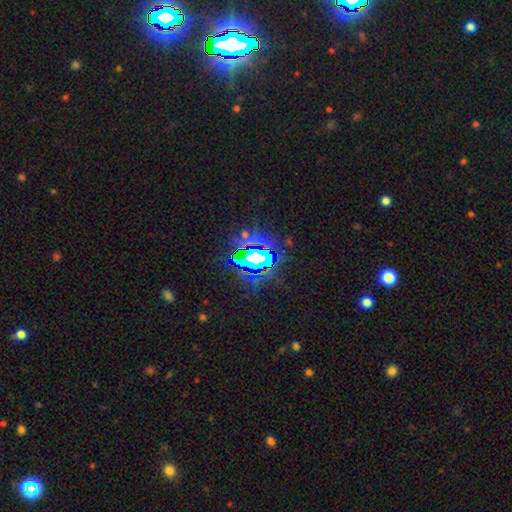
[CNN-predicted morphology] smooth-or-featured: star or artifact: 78% | smooth: 11% | featured or disk: 11%